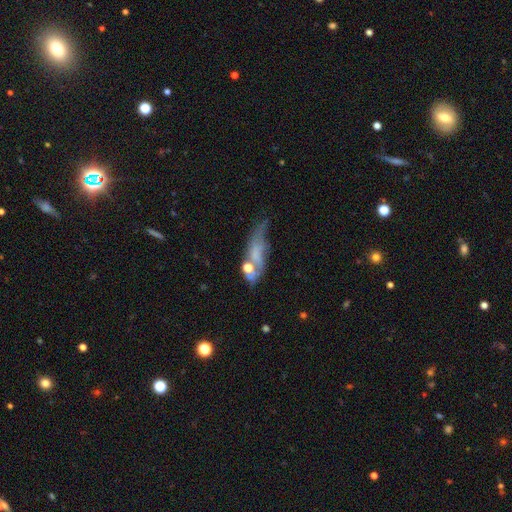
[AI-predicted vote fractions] Smooth or featured?
  - smooth: 45% *
  - featured or disk: 41%
  - star or artifact: 14%
Merging?
  - none: 31% *
  - major disturbance: 29%
  - minor disturbance: 27%
  - merger: 13%